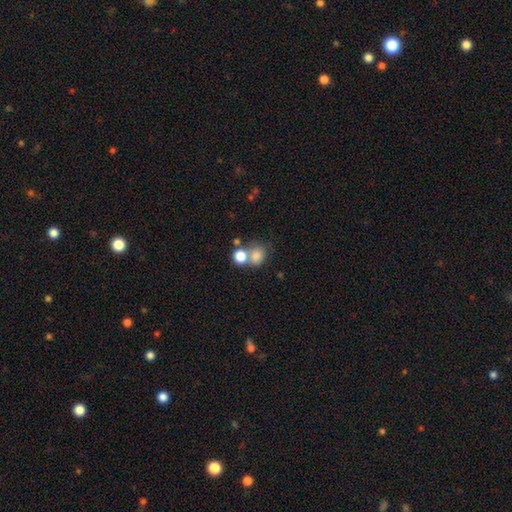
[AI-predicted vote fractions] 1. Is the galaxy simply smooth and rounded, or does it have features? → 79% smooth, 12% star or artifact, 9% featured or disk.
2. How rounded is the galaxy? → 64% round, 35% in between, 1% cigar-shaped.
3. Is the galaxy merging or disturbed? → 44% merger, 41% none, 10% minor disturbance, 5% major disturbance.